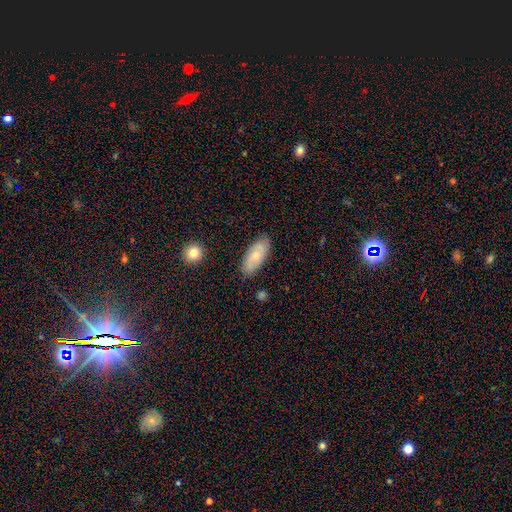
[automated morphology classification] The model was most divided on "smooth or featured": smooth: 57%, featured or disk: 36%, star or artifact: 6%. More confident: how rounded — in between (86%); merging — none (81%).